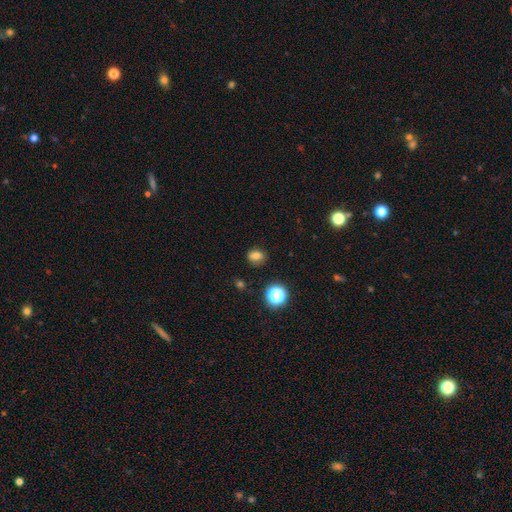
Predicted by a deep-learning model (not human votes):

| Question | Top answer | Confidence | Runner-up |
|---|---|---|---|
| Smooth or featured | smooth | 77% | star or artifact (17%) |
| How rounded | round | 51% | in between (48%) |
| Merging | none | 82% | minor disturbance (12%) |